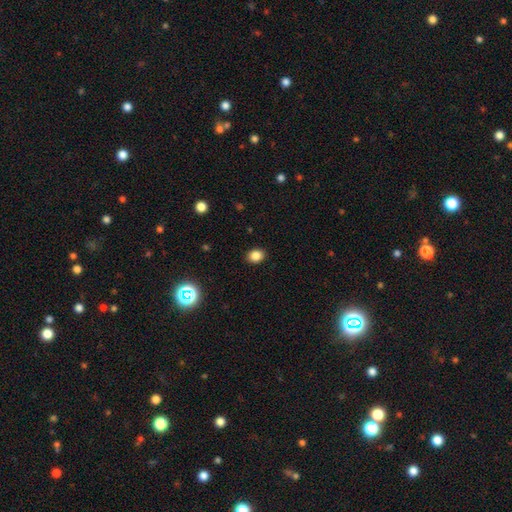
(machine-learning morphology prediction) Smooth or featured? smooth (84%)
How rounded? in between (53%)
Merging? none (90%)